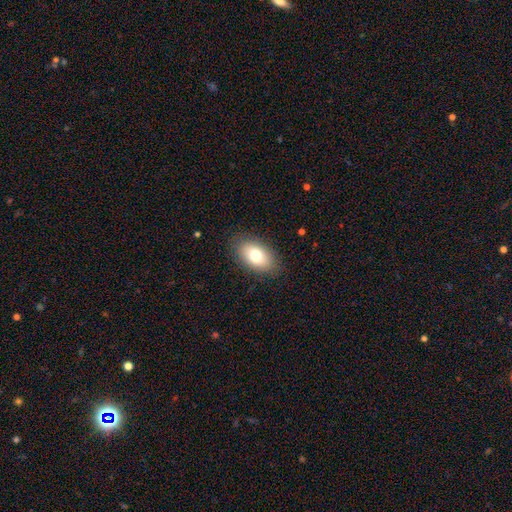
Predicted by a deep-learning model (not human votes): Overall: smooth (76%). How rounded: in between (91%). Merging: none (86%).